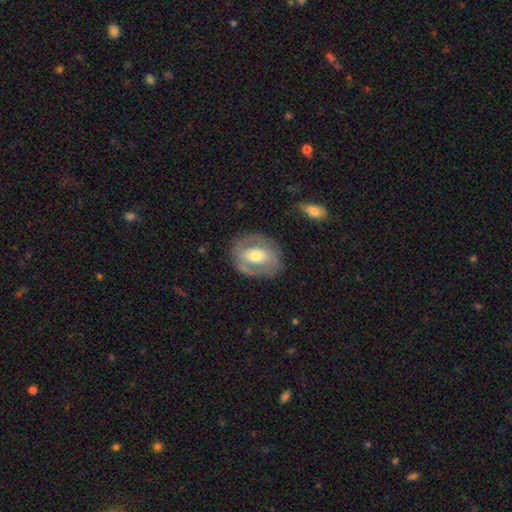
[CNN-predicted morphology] Smooth or featured: featured or disk — 57% (smooth — 37%)
Edge-on disk: no — 94% (yes — 6%)
Bar: no — 44% (weak — 32%)
Spiral arms: no — 59% (yes — 41%)
Bulge size: moderate — 67% (small — 20%)
Merging: none — 75% (minor disturbance — 16%)